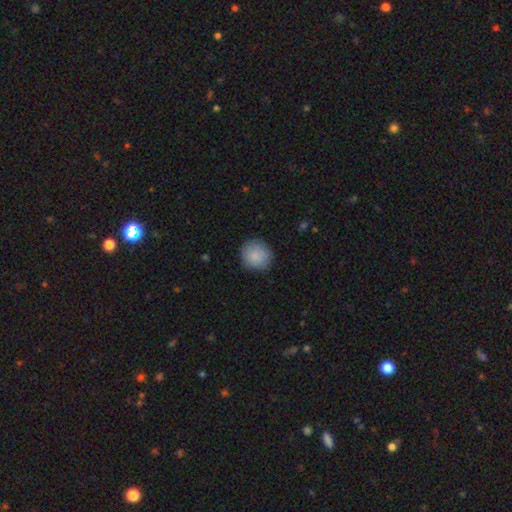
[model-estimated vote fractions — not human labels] Smooth or featured: smooth — 86% (star or artifact — 7%)
How rounded: round — 89% (in between — 10%)
Merging: none — 86% (minor disturbance — 11%)